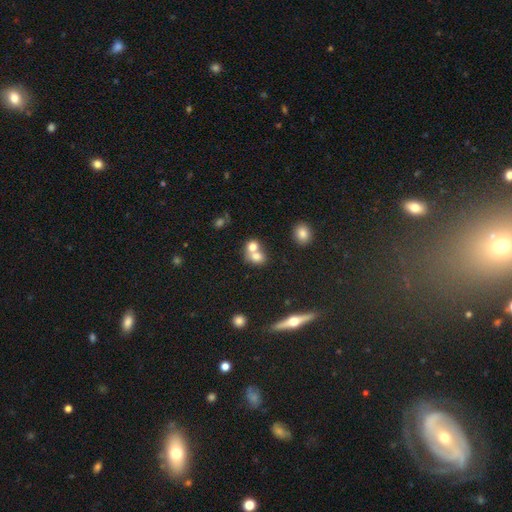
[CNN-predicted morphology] A smooth galaxy with no disk features (71%) that is round (60%). Merging: merger (63%).